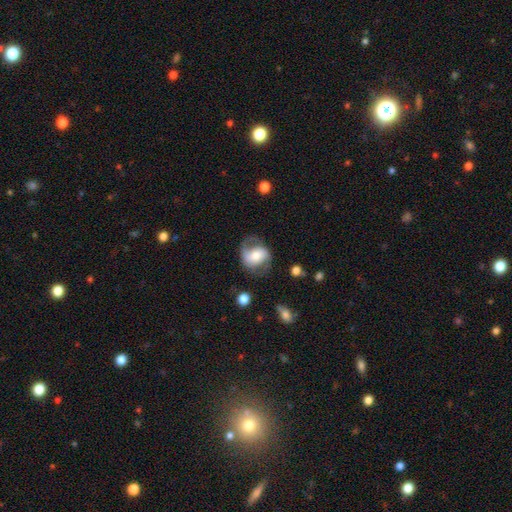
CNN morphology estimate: type=featured or disk (63%); edge-on=no (96%); bar=no (46%); spiral arms=yes (83%); winding=medium (45%); arm count=2 (82%); bulge=moderate (56%); merging=none (63%).